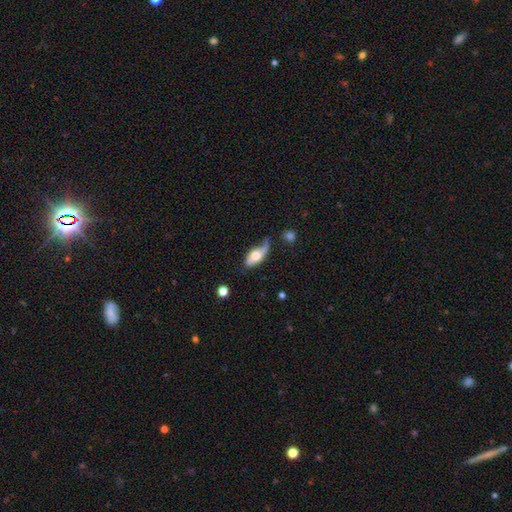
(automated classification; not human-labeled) A smooth galaxy with no disk features (48%). Merging: none (36%).